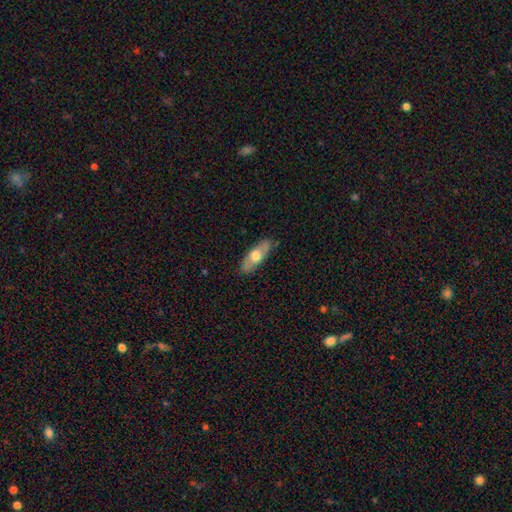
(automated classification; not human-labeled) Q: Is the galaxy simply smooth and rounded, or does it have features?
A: smooth — 55%.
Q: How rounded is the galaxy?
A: in between — 71%.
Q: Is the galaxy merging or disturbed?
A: none — 84%.